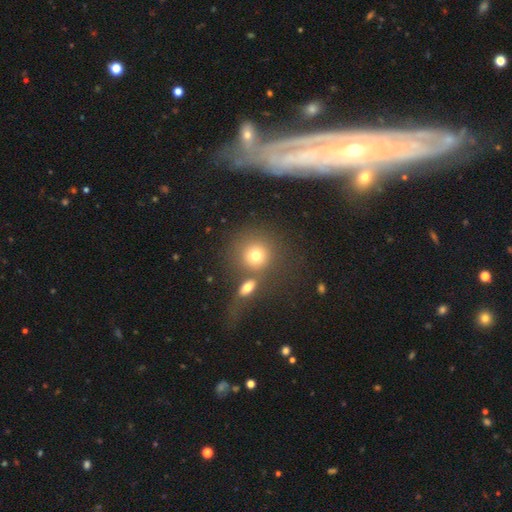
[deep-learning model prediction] Morphology: type=smooth (73%); roundness=round (87%); merging=none (58%).